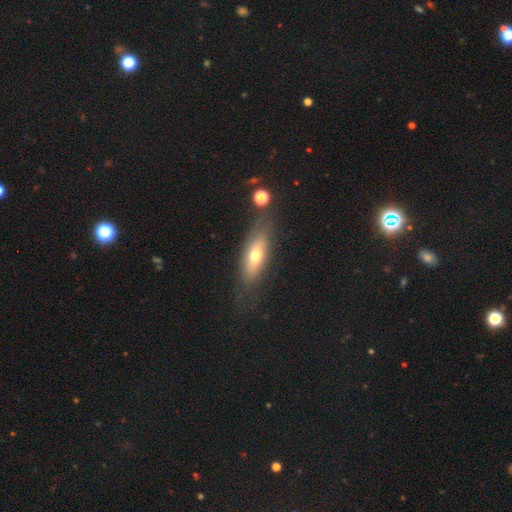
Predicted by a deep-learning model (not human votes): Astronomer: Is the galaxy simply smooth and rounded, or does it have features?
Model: smooth — 60%.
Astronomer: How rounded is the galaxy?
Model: in between — 63%.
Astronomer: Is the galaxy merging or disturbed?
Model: none — 68%.